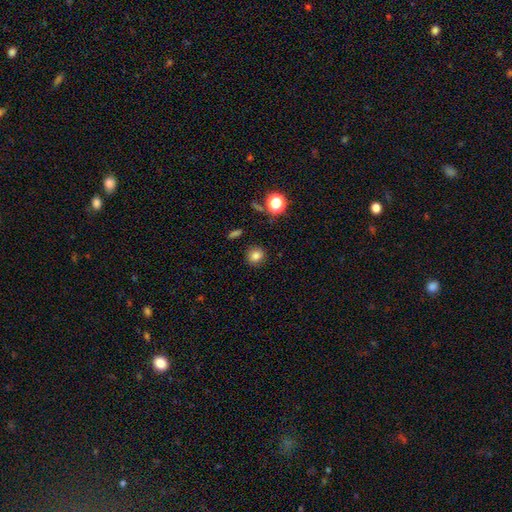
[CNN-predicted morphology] smooth-or-featured: smooth: 81% | star or artifact: 13% | featured or disk: 6%
  how-rounded: round: 84% | in between: 15% | cigar-shaped: 1%
  merging: none: 89% | minor disturbance: 7% | major disturbance: 2% | merger: 2%